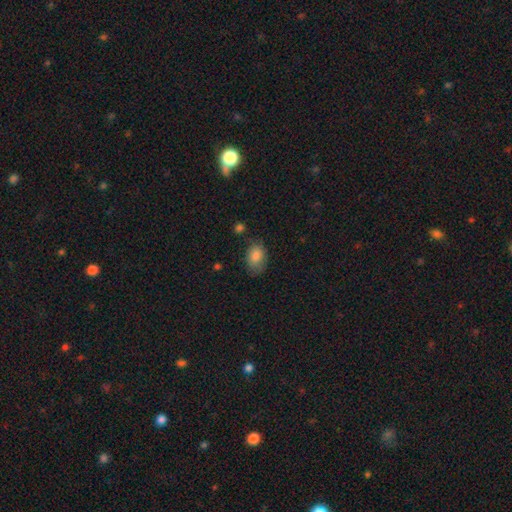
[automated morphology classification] type=smooth (83%); roundness=in between (82%); merging=none (66%).